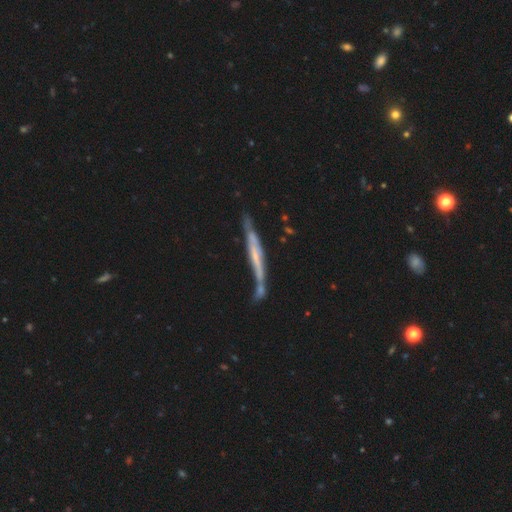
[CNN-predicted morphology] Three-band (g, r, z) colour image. It shows a featured or disk galaxy (67%) viewed edge-on (86%) with no central bulge (59%). Merging: none (49%).